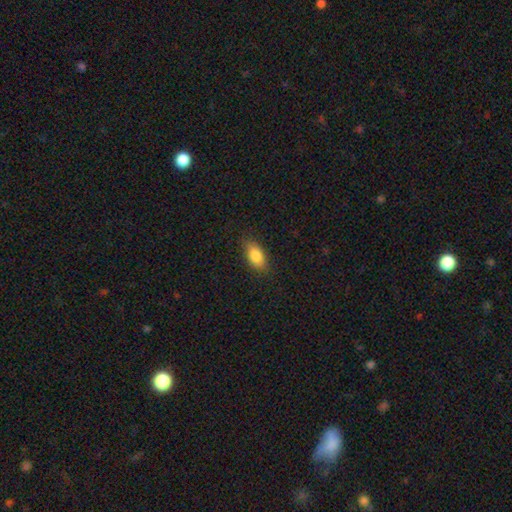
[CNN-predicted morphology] This is clearly a smooth galaxy (85%). How rounded: clearly in between (88%). Merging: clearly none (84%).